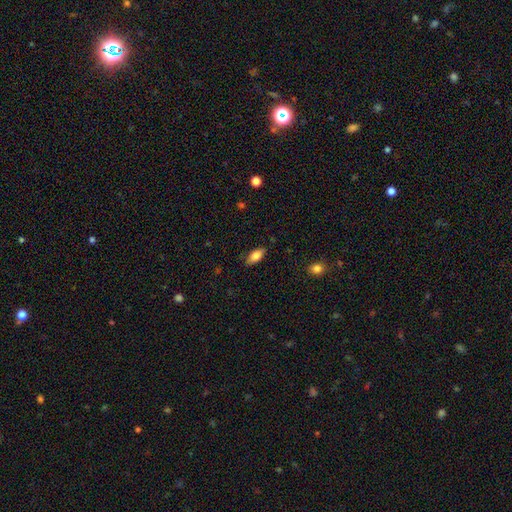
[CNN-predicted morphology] A smooth galaxy with no disk features (81%) that is in between round and cigar-shaped (88%).

Vote fractions:
- Smooth or featured? smooth: 81% / featured or disk: 12% / star or artifact: 7%
- How rounded? in between: 88% / cigar-shaped: 9% / round: 3%
- Merging? none: 82% / minor disturbance: 14% / major disturbance: 3% / merger: 1%